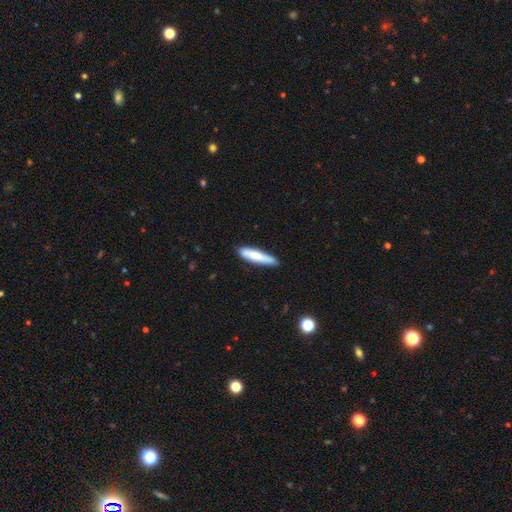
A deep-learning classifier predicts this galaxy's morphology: smooth 77%, featured or disk 17%, star or artifact 5%. Down the decision tree: how rounded — cigar-shaped (85%); merging — none (82%).